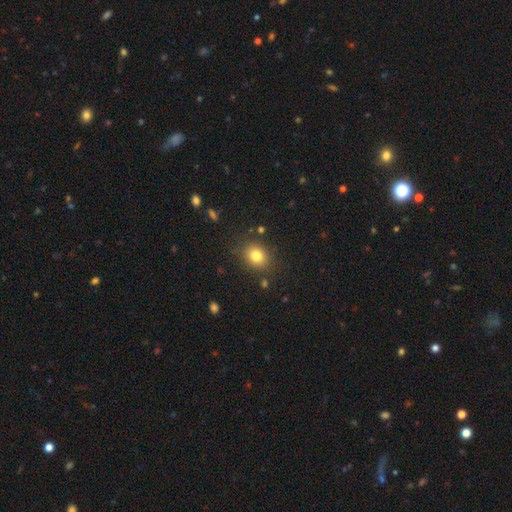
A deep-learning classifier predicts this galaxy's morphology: smooth 80%, star or artifact 12%, featured or disk 8%. Down the decision tree: how rounded — round (54%); merging — none (83%).